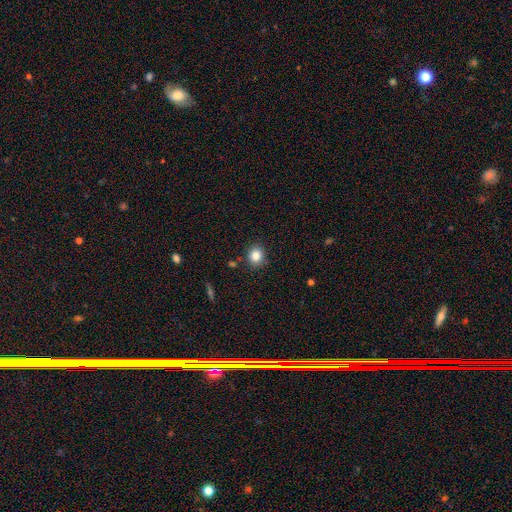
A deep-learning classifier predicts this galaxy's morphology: The model was most divided on "how rounded": round: 76%, in between: 24%, cigar-shaped: 1%. More confident: merging — none (86%); smooth or featured — smooth (84%).